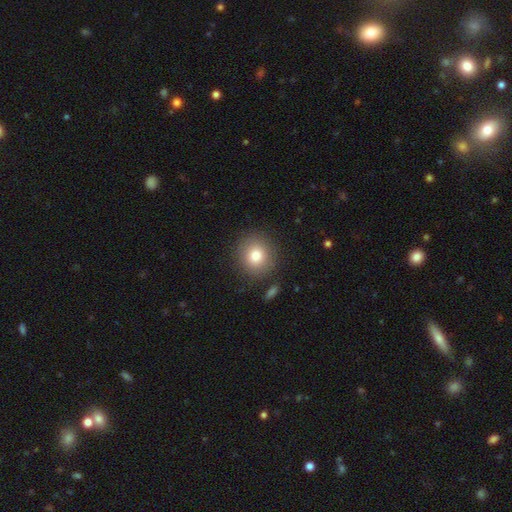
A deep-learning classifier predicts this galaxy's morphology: type=smooth (80%); roundness=round (87%); merging=none (86%).